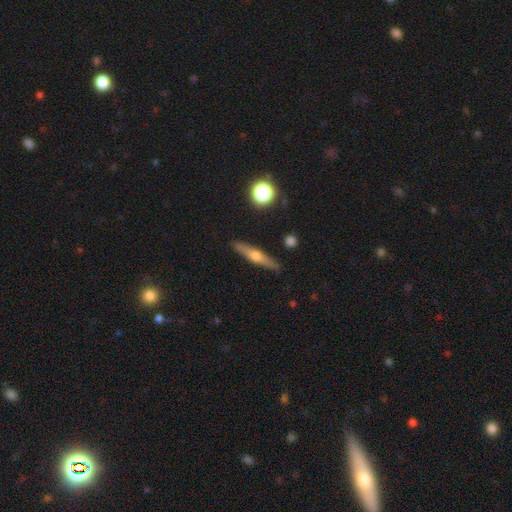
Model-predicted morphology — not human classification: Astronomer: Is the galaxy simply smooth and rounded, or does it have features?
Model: featured or disk — 60%.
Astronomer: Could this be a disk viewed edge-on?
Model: yes — 95%.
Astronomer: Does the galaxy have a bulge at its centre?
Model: rounded — 91%.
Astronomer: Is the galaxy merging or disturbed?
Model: none — 89%.